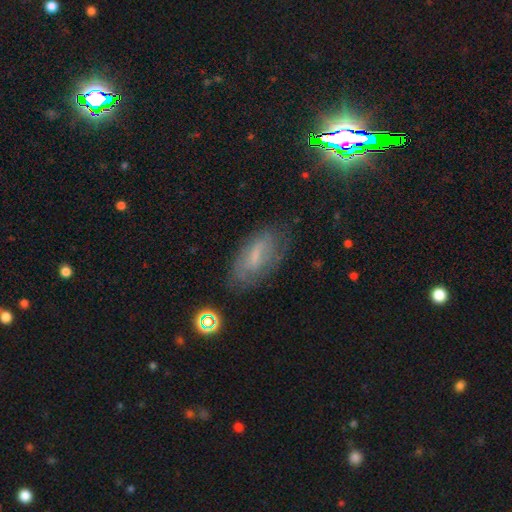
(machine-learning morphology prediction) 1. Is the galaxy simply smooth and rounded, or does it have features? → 44% featured or disk, 43% smooth, 13% star or artifact.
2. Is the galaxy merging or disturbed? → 68% none, 21% minor disturbance, 9% major disturbance, 2% merger.